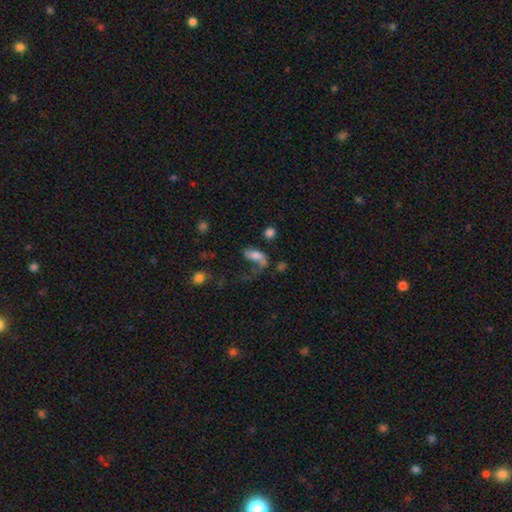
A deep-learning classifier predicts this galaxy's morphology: This is possibly a smooth galaxy (56%). How rounded: likely in between (79%). Merging: possibly major disturbance (46%).